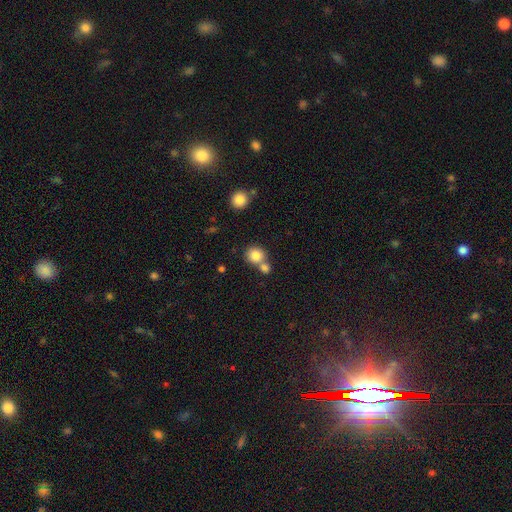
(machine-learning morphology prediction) Q: Smooth or featured?
A: smooth (82%); runner-up: star or artifact (10%)
Q: How rounded?
A: round (86%); runner-up: in between (13%)
Q: Merging?
A: none (52%); runner-up: merger (38%)